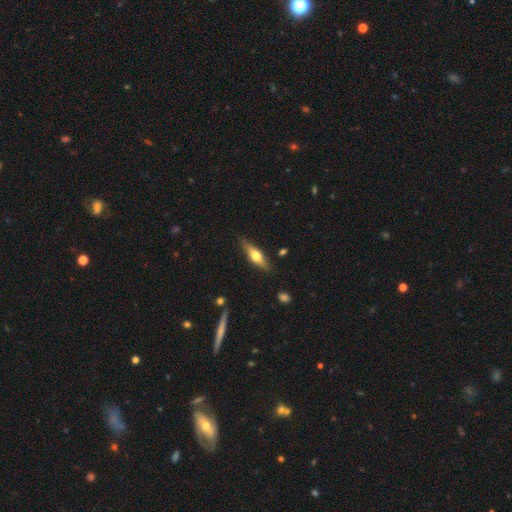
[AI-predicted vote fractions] A featured or disk galaxy (53%) viewed edge-on (91%). Merging: none (84%).